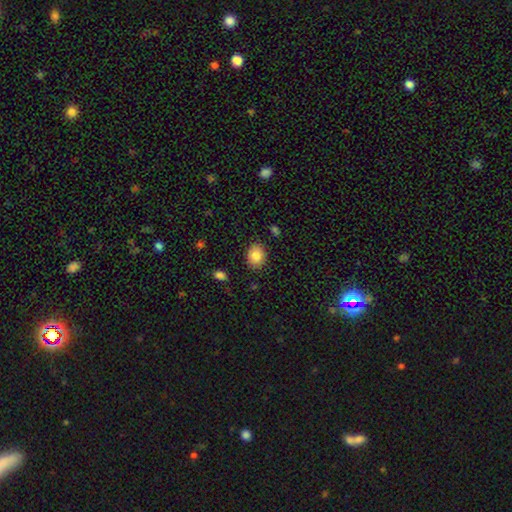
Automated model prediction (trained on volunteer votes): The model was most divided on "how rounded": in between: 56%, round: 43%, cigar-shaped: 1%. More confident: smooth or featured — smooth (85%); merging — none (85%).